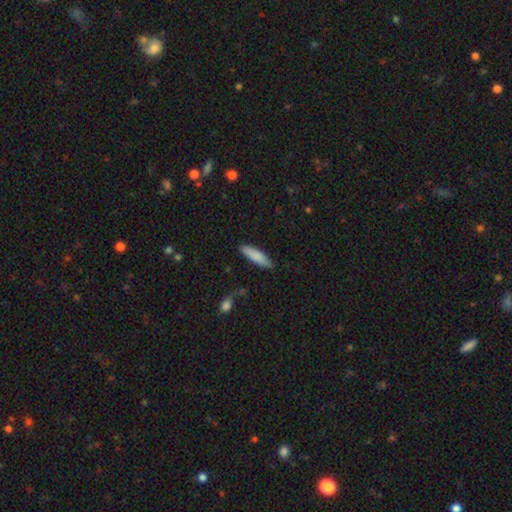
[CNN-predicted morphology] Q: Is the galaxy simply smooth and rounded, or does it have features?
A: smooth — 82%.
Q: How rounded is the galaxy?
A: cigar-shaped — 64%.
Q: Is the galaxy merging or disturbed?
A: none — 85%.